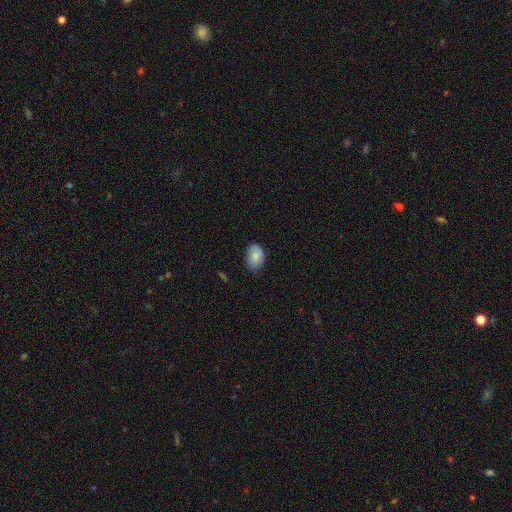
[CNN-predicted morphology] Smooth or featured?
  - smooth: 81% *
  - featured or disk: 12%
  - star or artifact: 7%
How rounded?
  - in between: 82% *
  - round: 17%
  - cigar-shaped: 1%
Merging?
  - none: 69% *
  - minor disturbance: 26%
  - major disturbance: 4%
  - merger: 1%